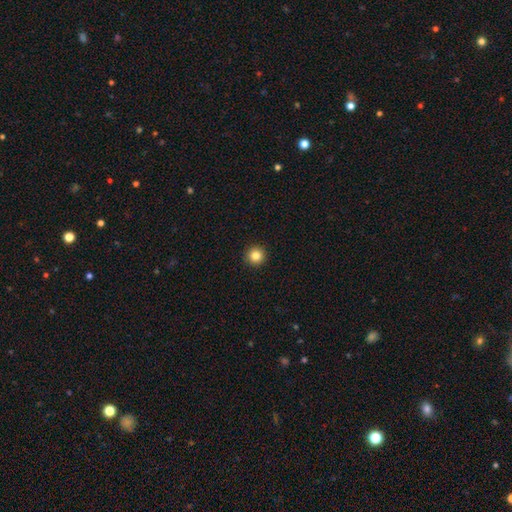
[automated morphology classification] This appears to be a smooth galaxy with no disk features (83%) that is round (96%). Merging: none (94%).